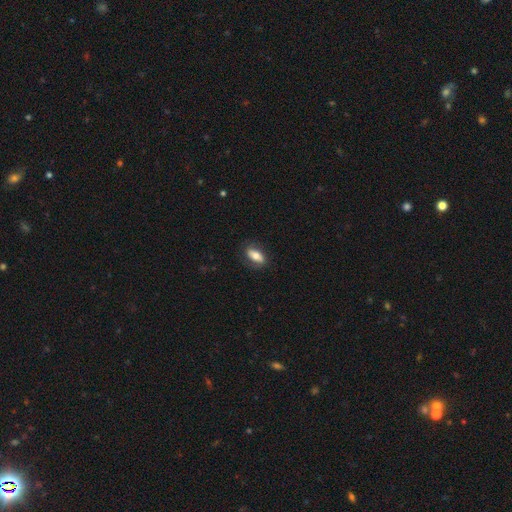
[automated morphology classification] A smooth galaxy with no disk features (65%) that is in between round and cigar-shaped (84%). Merging: none (78%).